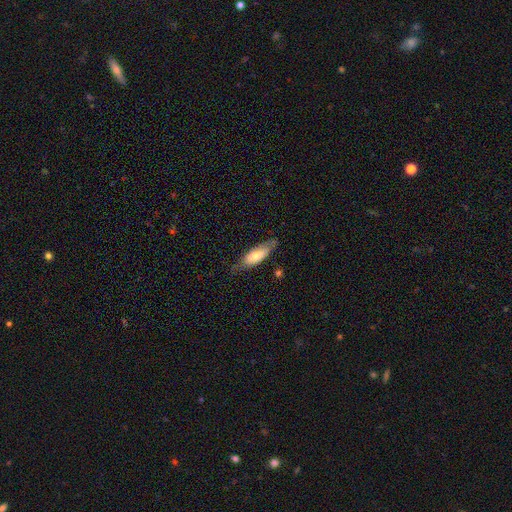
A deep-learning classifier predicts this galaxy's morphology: A smooth galaxy with no disk features (61%) that is in between round and cigar-shaped (67%).

Vote fractions:
- Smooth or featured? smooth: 61% / featured or disk: 33% / star or artifact: 6%
- How rounded? in between: 67% / cigar-shaped: 31% / round: 2%
- Merging? none: 66% / minor disturbance: 25% / major disturbance: 7% / merger: 2%